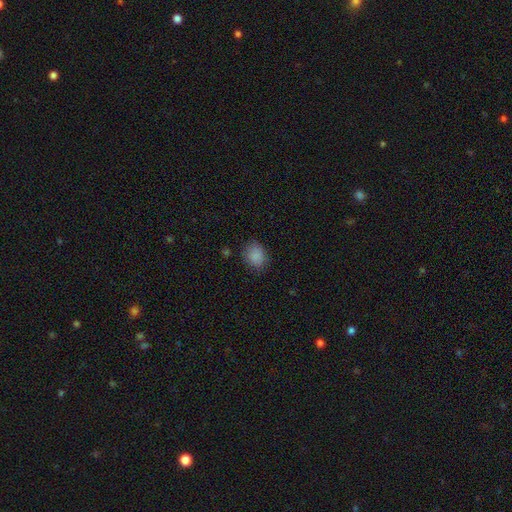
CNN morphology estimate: This appears to be a smooth galaxy with no disk features (86%) that is round (57%). Merging: none (78%).